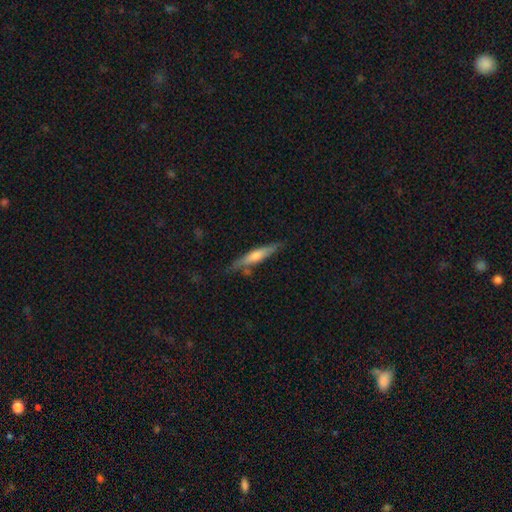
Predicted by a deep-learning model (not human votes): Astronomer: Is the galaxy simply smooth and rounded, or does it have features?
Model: featured or disk — 50% (runner-up: smooth, 44%).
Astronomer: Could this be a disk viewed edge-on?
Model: yes — 94%.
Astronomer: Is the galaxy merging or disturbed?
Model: none — 78%.